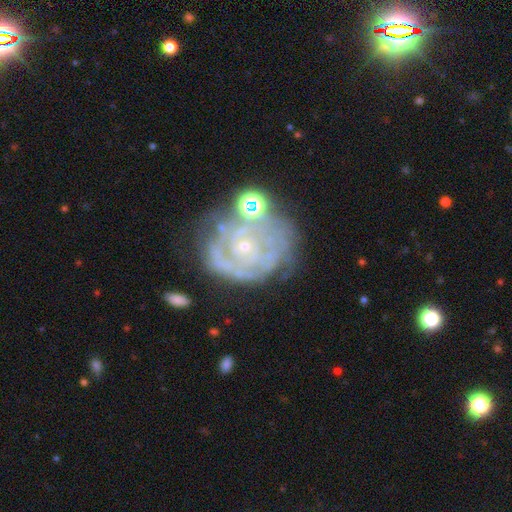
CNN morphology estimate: This is clearly a featured or disk galaxy (81%). It is clearly not viewed edge-on (97%). Bar: likely no (77%). Spiral arm pattern: clearly yes (84%). Spiral arm count: marginally can't tell (40%). Spiral winding: likely tight (69%). Central bulge: likely small (72%). Merging: possibly none (48%).